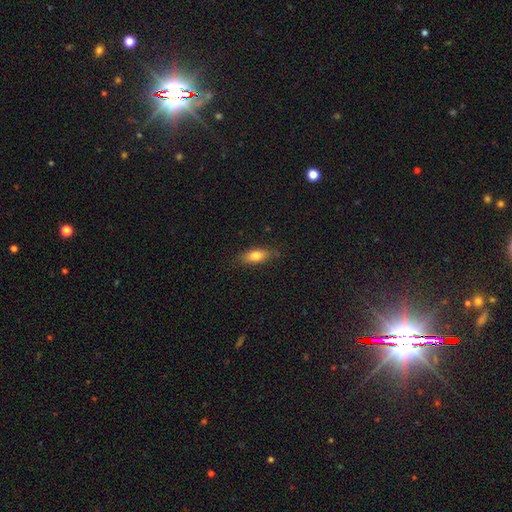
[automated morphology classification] Overall: smooth (76%). How rounded: in between (76%). Merging: none (82%).